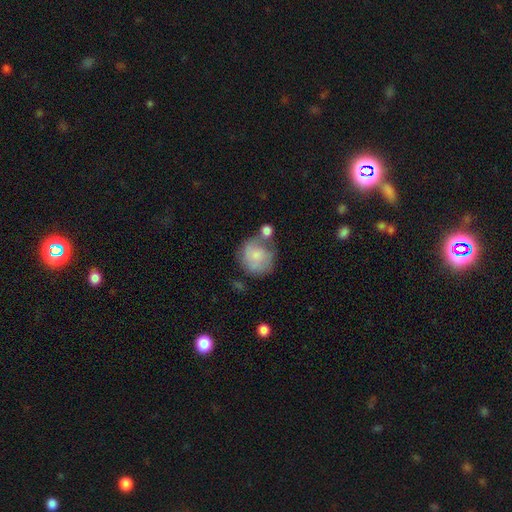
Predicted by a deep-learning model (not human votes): smooth 64%, featured or disk 29%, star or artifact 7%. Down the decision tree: how rounded — round (80%); merging — none (40%).